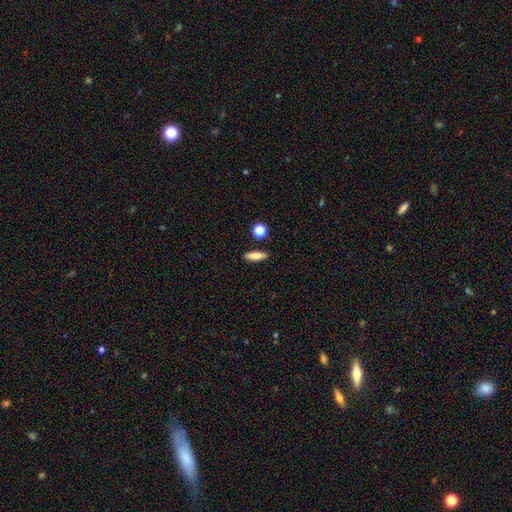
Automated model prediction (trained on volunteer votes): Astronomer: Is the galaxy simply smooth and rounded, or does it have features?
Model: smooth — 73%.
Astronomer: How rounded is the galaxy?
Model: cigar-shaped — 49% (runner-up: in between, 44%).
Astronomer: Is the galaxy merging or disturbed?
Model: none — 86%.